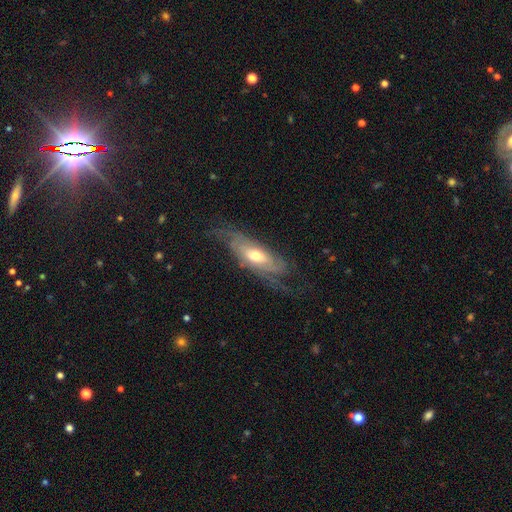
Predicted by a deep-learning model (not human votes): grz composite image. It shows a featured or disk galaxy (75%) with no bar (68%), tight (38%) spiral arms (87%) and a moderate central bulge (69%). Merging: none (61%).